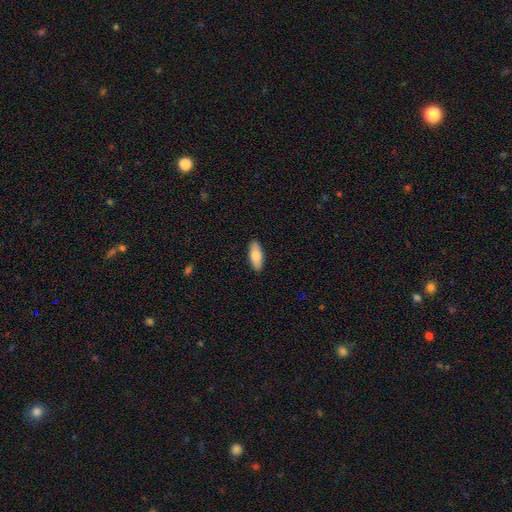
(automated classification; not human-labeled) Smooth or featured?
  - smooth: 78% *
  - featured or disk: 16%
  - star or artifact: 6%
How rounded?
  - in between: 78% *
  - cigar-shaped: 20%
  - round: 2%
Merging?
  - none: 90% *
  - minor disturbance: 8%
  - major disturbance: 2%
  - merger: 1%